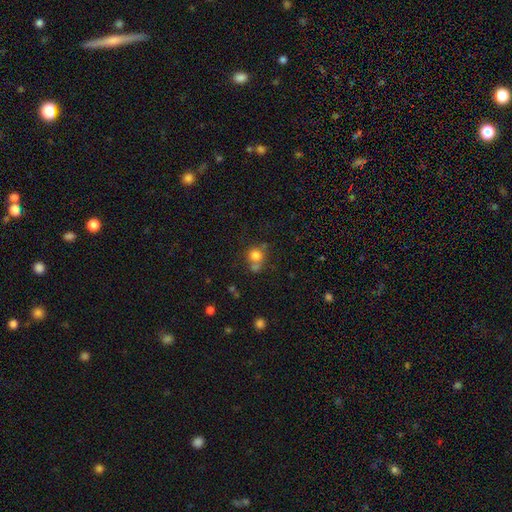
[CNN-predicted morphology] Q: Smooth or featured?
A: smooth (77%); runner-up: star or artifact (12%)
Q: How rounded?
A: round (84%); runner-up: in between (15%)
Q: Merging?
A: none (49%); runner-up: merger (31%)